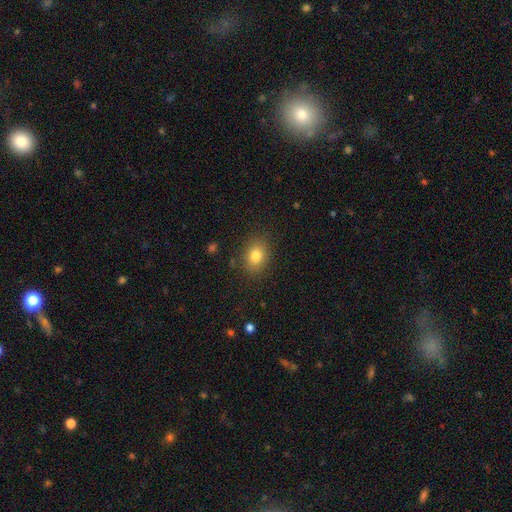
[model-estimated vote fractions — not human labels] This appears to be a smooth galaxy with no disk features (81%) that is in between round and cigar-shaped (58%). Merging: none (85%).